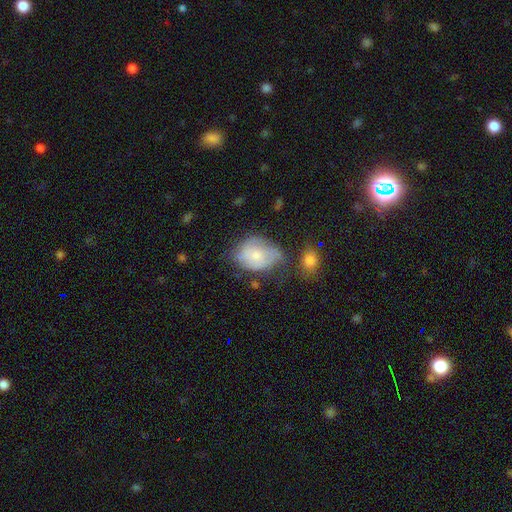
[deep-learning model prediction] Overall: smooth (51%; featured or disk 42%). How rounded: in between (68%; round 31%). Merging: none (40%; minor disturbance 32%).